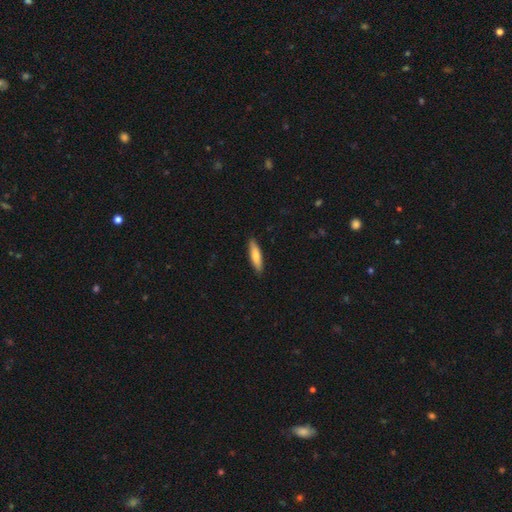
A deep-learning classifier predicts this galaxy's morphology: Overall: smooth (75%). How rounded: cigar-shaped (74%). Merging: none (89%).